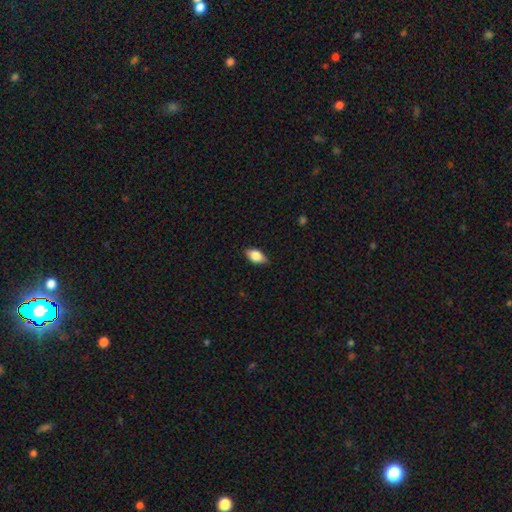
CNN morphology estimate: Smooth or featured?
  - smooth: 80% *
  - featured or disk: 13%
  - star or artifact: 7%
How rounded?
  - in between: 90% *
  - cigar-shaped: 5%
  - round: 5%
Merging?
  - none: 85% *
  - minor disturbance: 12%
  - major disturbance: 2%
  - merger: 1%